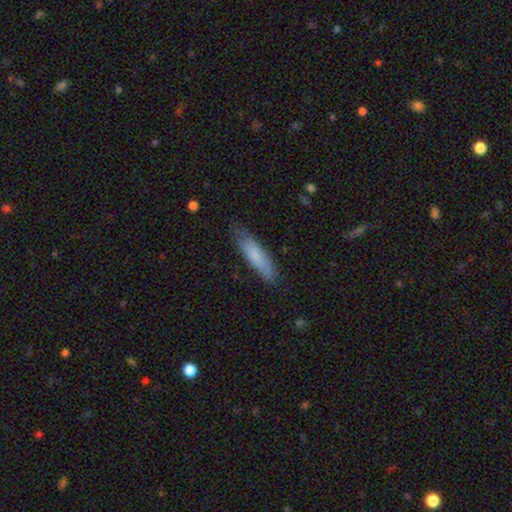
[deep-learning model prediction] smooth_or_featured: smooth (p=0.77) [alt: featured or disk p=0.17]
how_rounded: cigar-shaped (p=0.72) [alt: in between p=0.27]
merging: none (p=0.74) [alt: minor disturbance p=0.21]